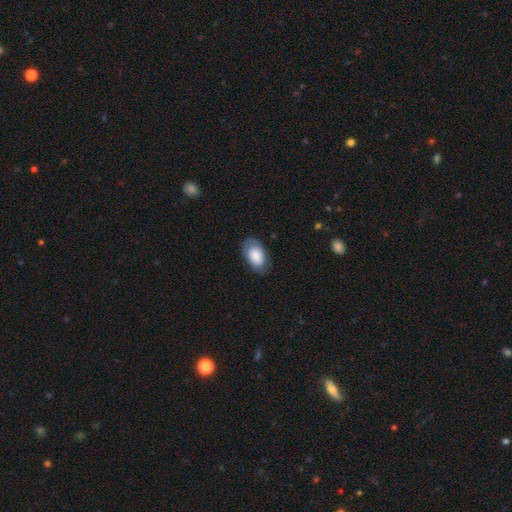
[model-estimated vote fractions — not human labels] The model was most divided on "merging": none: 76%, minor disturbance: 17%, major disturbance: 5%, merger: 1%. More confident: how rounded — in between (94%); smooth or featured — smooth (80%).